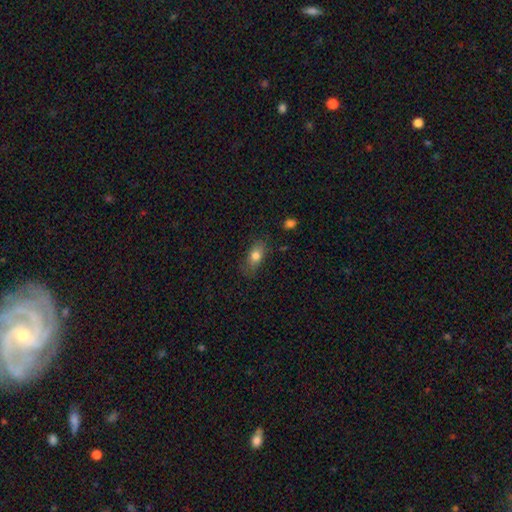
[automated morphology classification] The model was most divided on "merging": none: 72%, minor disturbance: 20%, major disturbance: 6%, merger: 2%. More confident: how rounded — in between (82%); smooth or featured — smooth (78%).